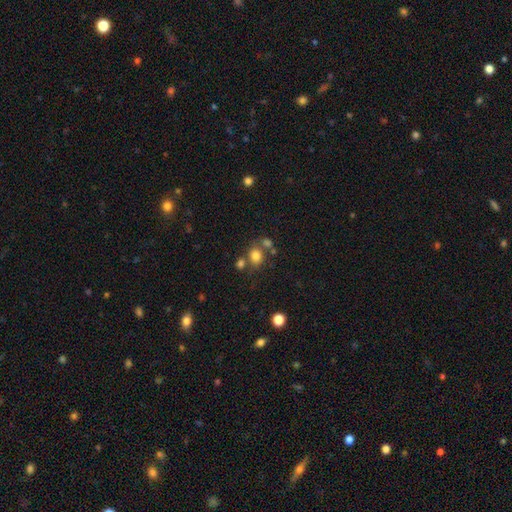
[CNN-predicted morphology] Smooth or featured? Predicted: smooth (p=0.78). How rounded? Predicted: round (p=0.63). Merging? Predicted: none (p=0.59).